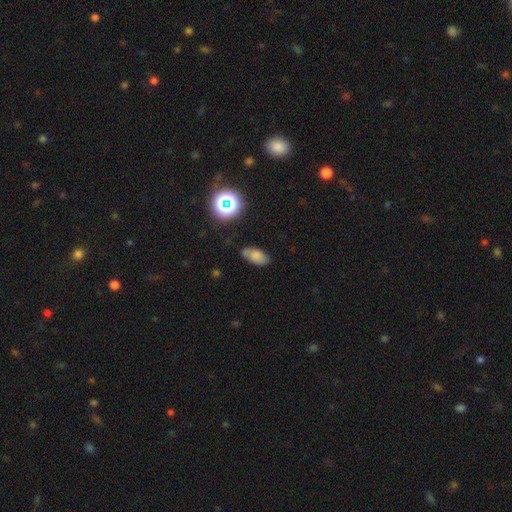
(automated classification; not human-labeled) smooth_or_featured: smooth (p=0.71) [alt: featured or disk p=0.15]
how_rounded: in between (p=0.89) [alt: round p=0.05]
merging: none (p=0.71) [alt: minor disturbance p=0.21]